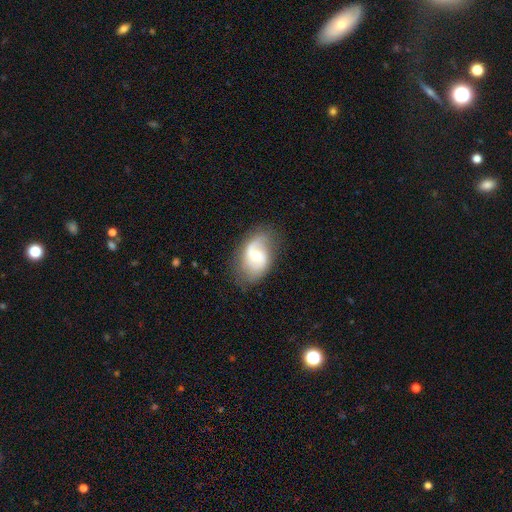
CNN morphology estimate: A featured or disk galaxy (72%) with no bar (53%), 2 (75%) loose (43%) spiral arms (89%) and a moderate central bulge (62%). Merging: none (72%).